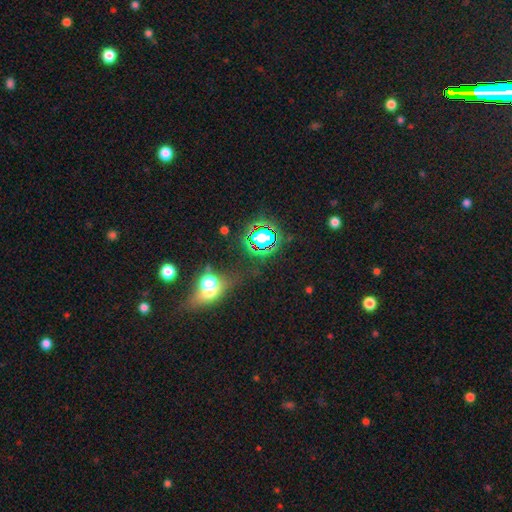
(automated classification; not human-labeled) Q: Smooth or featured?
A: star or artifact (52%); runner-up: smooth (25%)